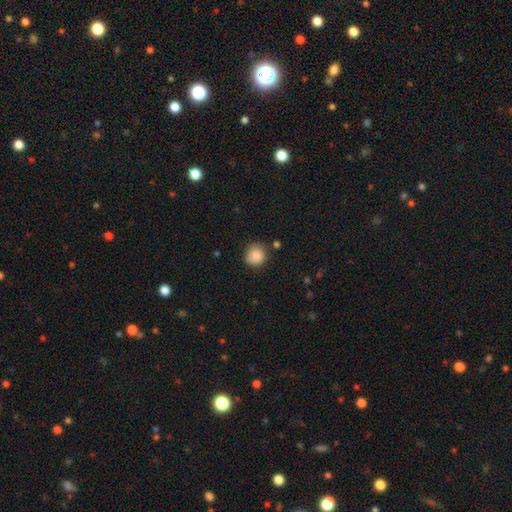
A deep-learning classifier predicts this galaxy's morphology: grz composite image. It shows a smooth galaxy with no disk features (87%) that is round (90%). Merging: none (81%).